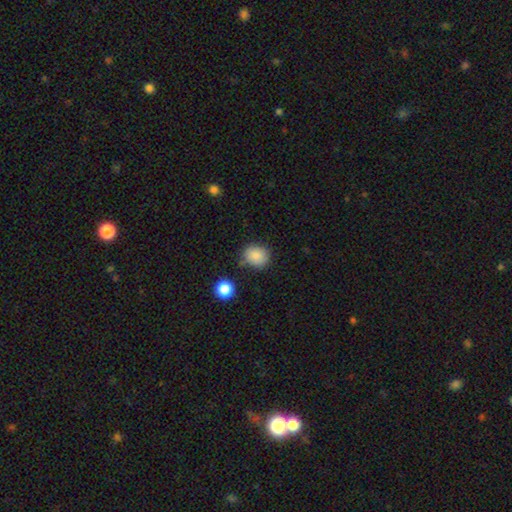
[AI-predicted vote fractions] smooth-or-featured: smooth: 85% | star or artifact: 9% | featured or disk: 5%
  how-rounded: round: 74% | in between: 25% | cigar-shaped: 1%
  merging: none: 76% | minor disturbance: 15% | merger: 5% | major disturbance: 4%